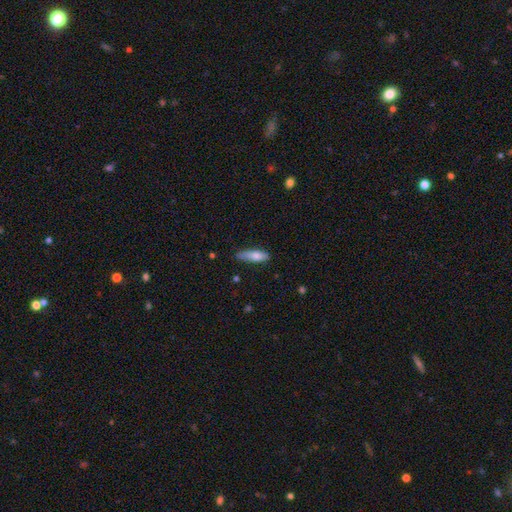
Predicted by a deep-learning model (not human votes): Smooth or featured?
  - smooth: 74% *
  - featured or disk: 20%
  - star or artifact: 6%
How rounded?
  - cigar-shaped: 59% *
  - in between: 39%
  - round: 2%
Merging?
  - none: 64% *
  - minor disturbance: 28%
  - major disturbance: 6%
  - merger: 2%